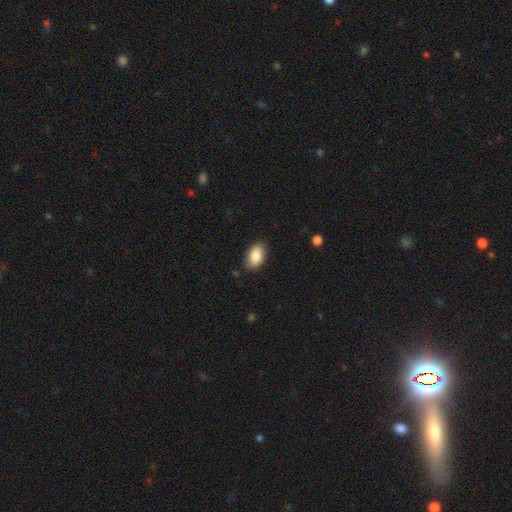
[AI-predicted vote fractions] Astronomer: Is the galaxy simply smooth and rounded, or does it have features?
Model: smooth — 87%.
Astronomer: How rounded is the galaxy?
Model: in between — 92%.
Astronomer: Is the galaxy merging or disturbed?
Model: none — 86%.